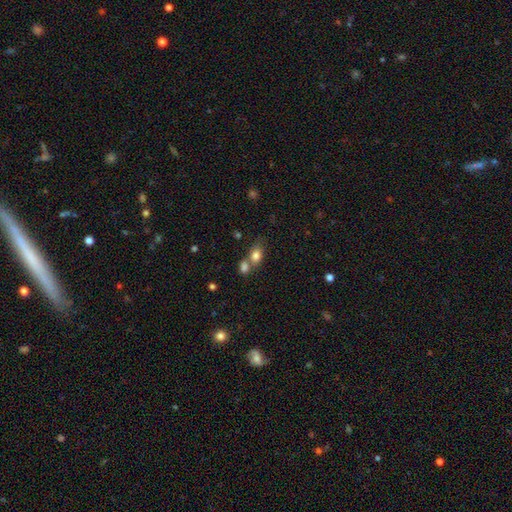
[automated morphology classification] type=smooth (81%); roundness=in between (73%); merging=merger (44%).